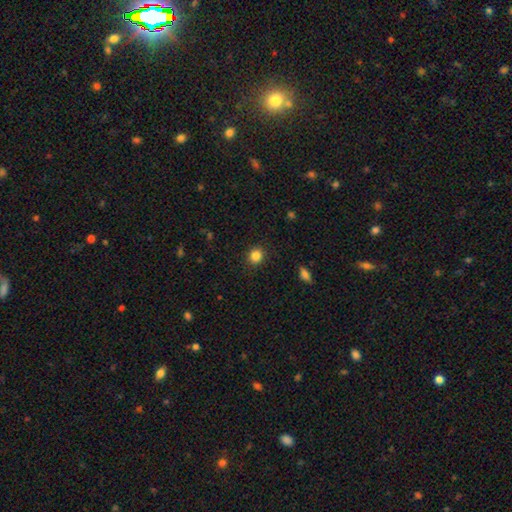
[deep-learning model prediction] smooth-or-featured: smooth: 84% | star or artifact: 11% | featured or disk: 5%
  how-rounded: round: 81% | in between: 18% | cigar-shaped: 1%
  merging: none: 90% | minor disturbance: 7% | major disturbance: 2% | merger: 1%